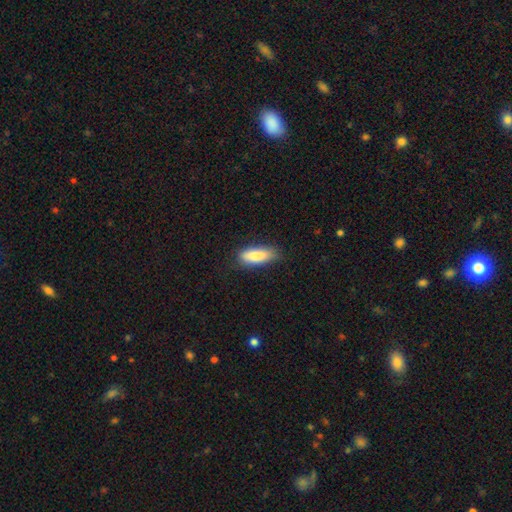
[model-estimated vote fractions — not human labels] A smooth galaxy with no disk features (86%) that is in between round and cigar-shaped (66%). Merging: none (75%).